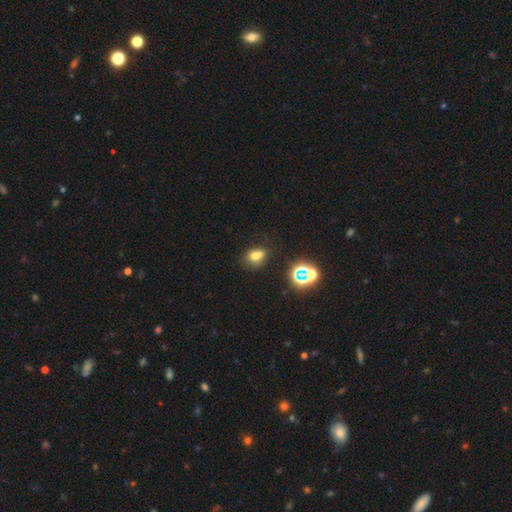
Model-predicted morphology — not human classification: Overall: smooth (70%). How rounded: in between (63%; round 36%). Merging: none (54%; minor disturbance 22%).